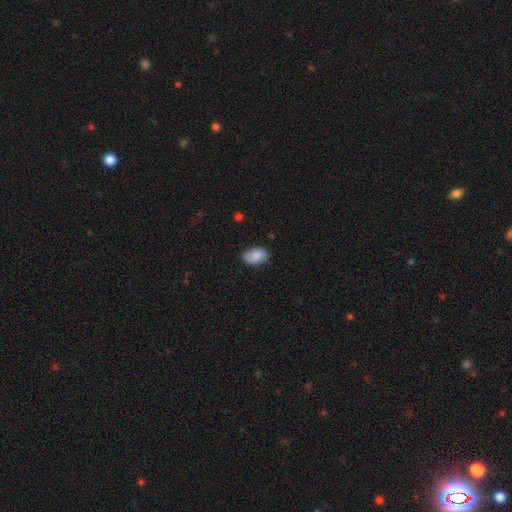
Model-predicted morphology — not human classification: Q: Smooth or featured?
A: smooth (84%); runner-up: featured or disk (9%)
Q: How rounded?
A: in between (90%); runner-up: round (9%)
Q: Merging?
A: none (77%); runner-up: minor disturbance (19%)